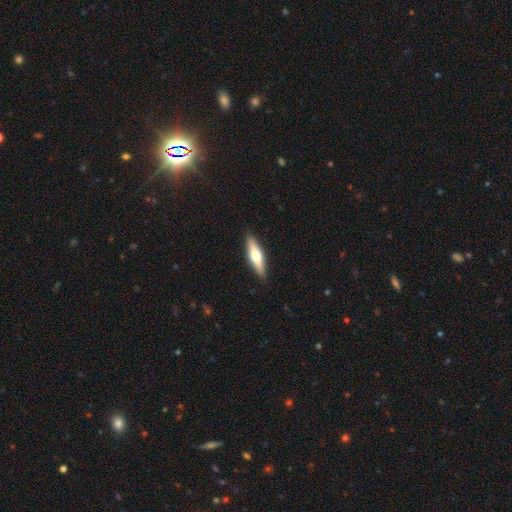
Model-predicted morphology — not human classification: Q: Smooth or featured?
A: smooth (49%); runner-up: featured or disk (46%)
Q: Merging?
A: none (89%); runner-up: minor disturbance (8%)